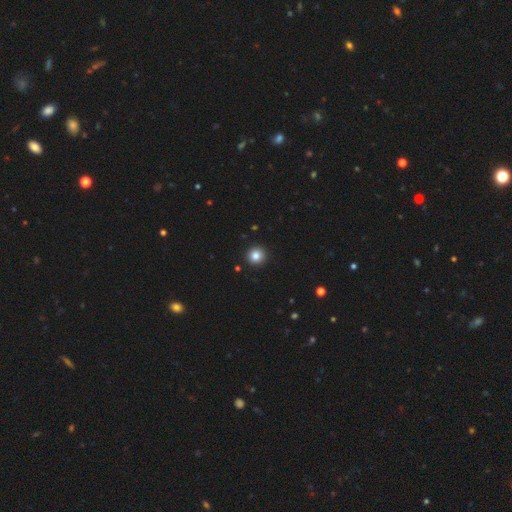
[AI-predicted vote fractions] Smooth or featured? Predicted: smooth (p=0.84). How rounded? Predicted: round (p=0.95). Merging? Predicted: none (p=0.93).